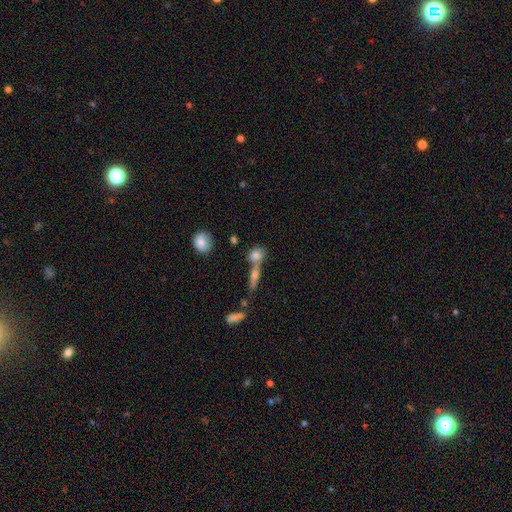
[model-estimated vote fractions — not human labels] Overall: smooth (74%). How rounded: round (51%; in between 40%). Merging: merger (45%; none 41%).